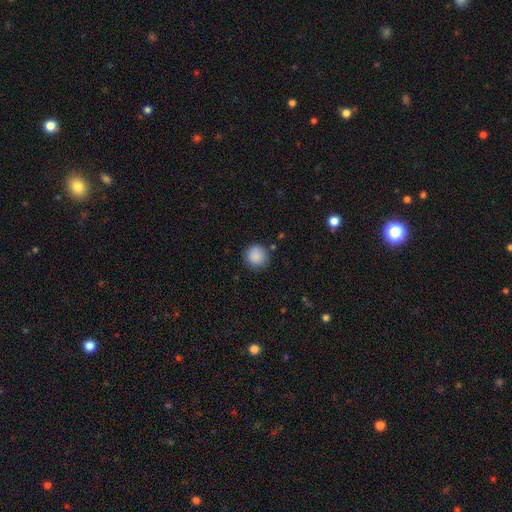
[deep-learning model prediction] smooth-or-featured: smooth: 88% | star or artifact: 9% | featured or disk: 3%
  how-rounded: round: 93% | in between: 6% | cigar-shaped: 1%
  merging: none: 86% | minor disturbance: 10% | major disturbance: 3% | merger: 2%